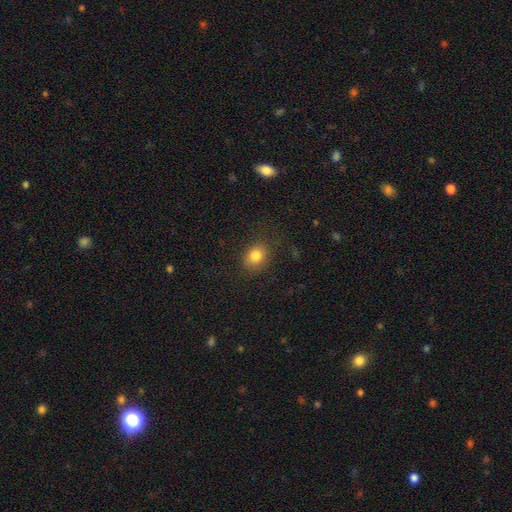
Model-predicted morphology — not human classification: Overall: smooth (82%). How rounded: round (55%; in between 44%). Merging: none (81%).